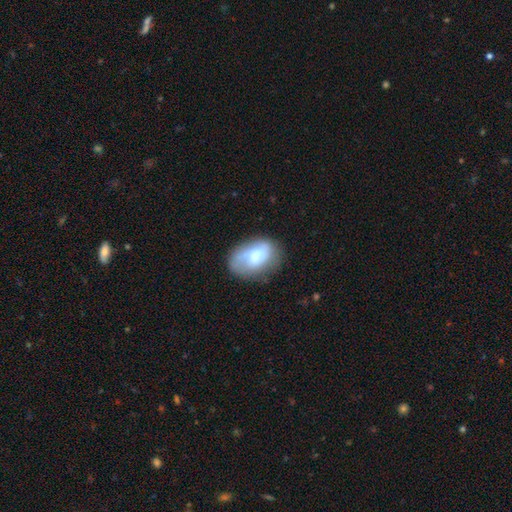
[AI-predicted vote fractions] Smooth or featured? Predicted: smooth (p=0.60). How rounded? Predicted: in between (p=0.85). Merging? Predicted: none (p=0.55).